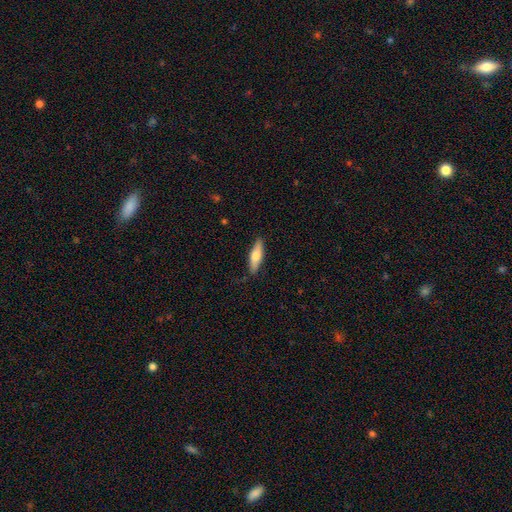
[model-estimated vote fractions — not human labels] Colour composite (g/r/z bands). It shows a smooth galaxy with no disk features (65%) that is cigar-shaped (62%). Merging: none (86%).